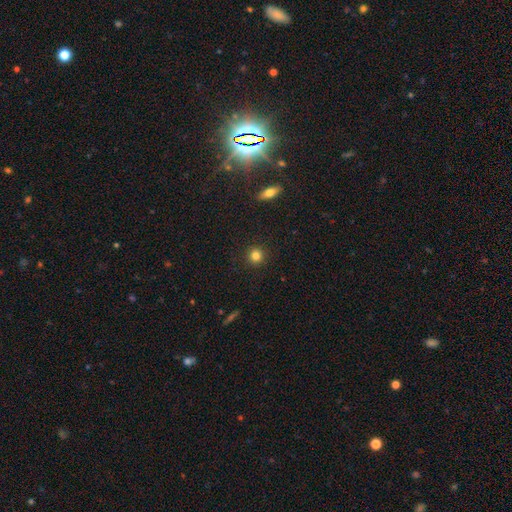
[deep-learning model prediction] Overall: smooth (82%). How rounded: round (94%). Merging: none (91%).